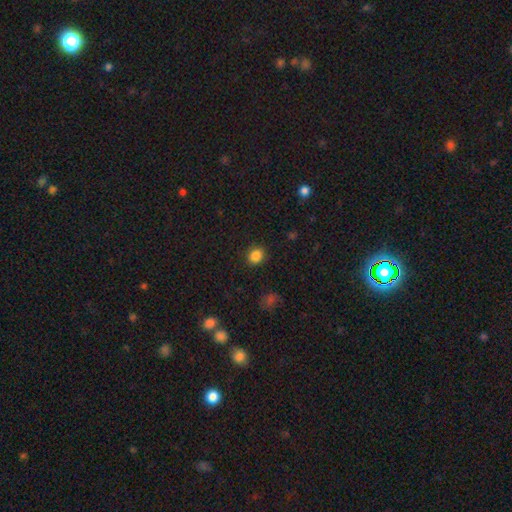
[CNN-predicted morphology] This appears to be a smooth galaxy with no disk features (85%) that is round (74%). Merging: none (90%).